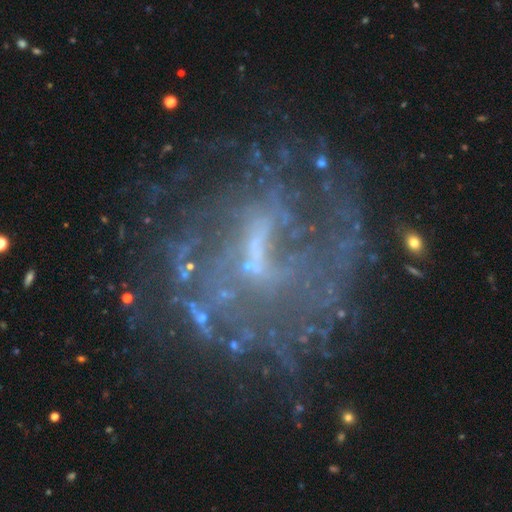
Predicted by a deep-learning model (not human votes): A featured or disk galaxy (77%) with a weak bar (45%), spiral arms (66%) and a small central bulge (44%).

Vote fractions:
- Smooth or featured? featured or disk: 77% / star or artifact: 14% / smooth: 9%
- Edge-on disk? no: 97% / yes: 3%
- Bar? weak: 45% / no: 28% / strong: 26%
- Spiral arms? yes: 66% / no: 34%
- Bulge size? small: 44% / none: 35% / moderate: 18% / large: 2% / dominant: 1%
- Merging? none: 58% / major disturbance: 22% / minor disturbance: 16% / merger: 3%